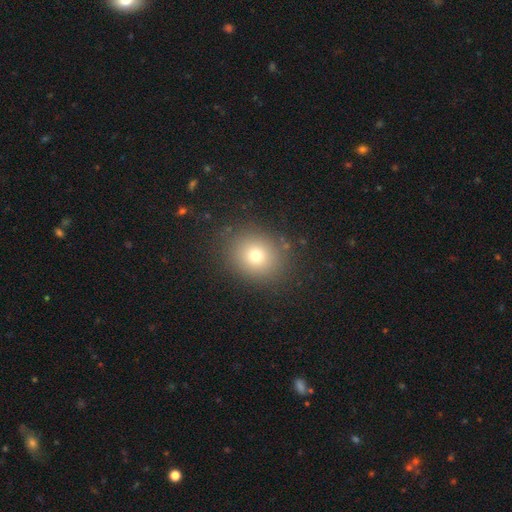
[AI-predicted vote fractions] Q: Smooth or featured?
A: smooth (73%); runner-up: star or artifact (16%)
Q: How rounded?
A: round (76%); runner-up: in between (24%)
Q: Merging?
A: none (86%); runner-up: minor disturbance (9%)